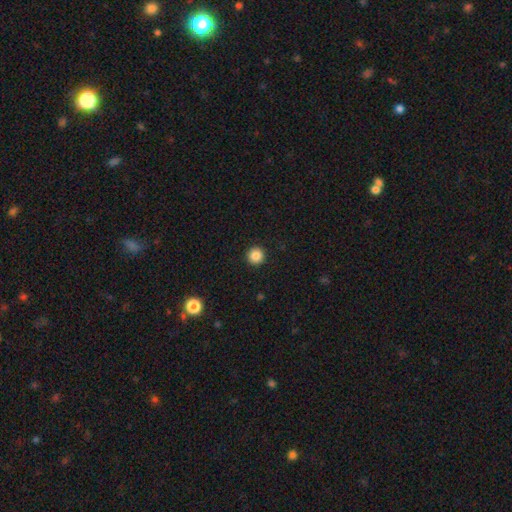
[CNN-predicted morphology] type=smooth (87%); roundness=round (95%); merging=none (93%).